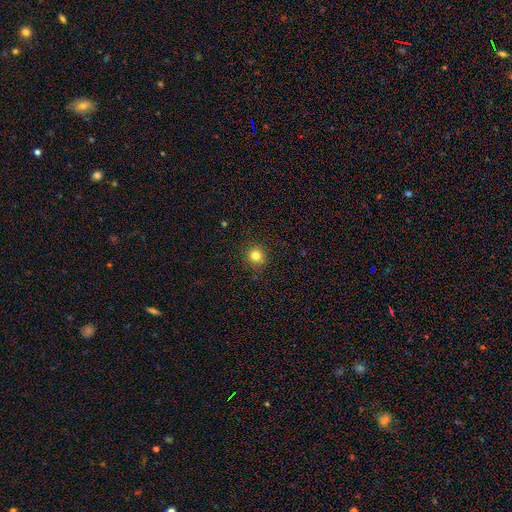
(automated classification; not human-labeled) Smooth or featured? Predicted: smooth (p=0.80). How rounded? Predicted: round (p=0.92). Merging? Predicted: none (p=0.89).